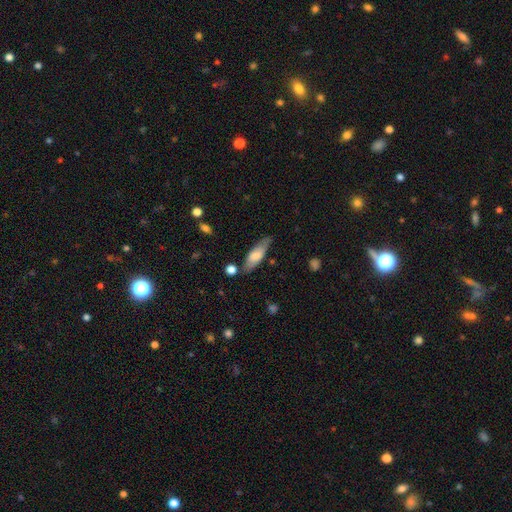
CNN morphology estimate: Smooth or featured: smooth — 67% (featured or disk — 27%)
How rounded: in between — 52% (cigar-shaped — 47%)
Merging: none — 73% (minor disturbance — 19%)